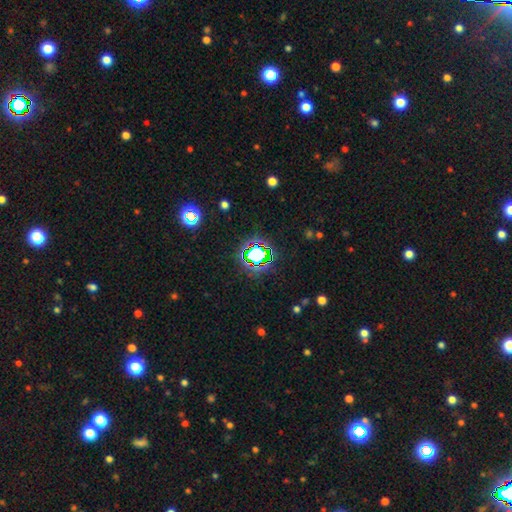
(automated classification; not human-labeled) Smooth or featured?
  - star or artifact: 68% *
  - smooth: 21%
  - featured or disk: 11%